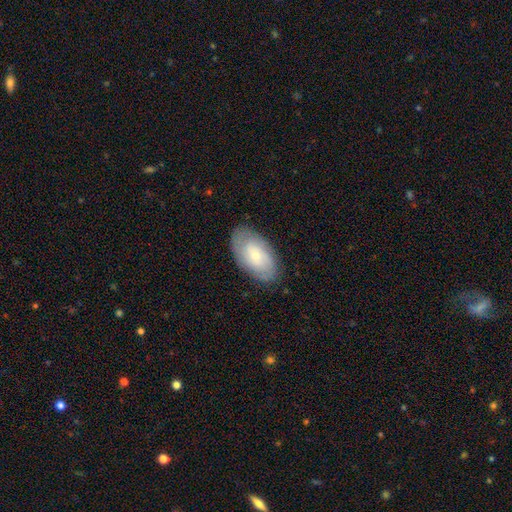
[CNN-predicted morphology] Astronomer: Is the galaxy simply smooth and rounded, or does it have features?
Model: smooth — 49% (runner-up: featured or disk, 44%).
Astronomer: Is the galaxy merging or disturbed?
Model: none — 80%.